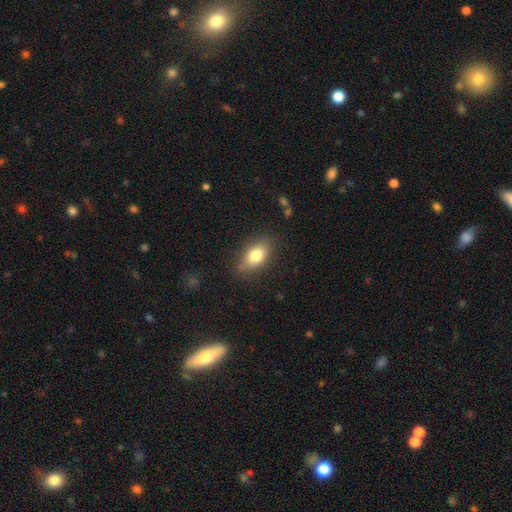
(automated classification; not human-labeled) Smooth or featured: smooth — 78% (featured or disk — 13%)
How rounded: in between — 85% (round — 11%)
Merging: none — 79% (minor disturbance — 16%)